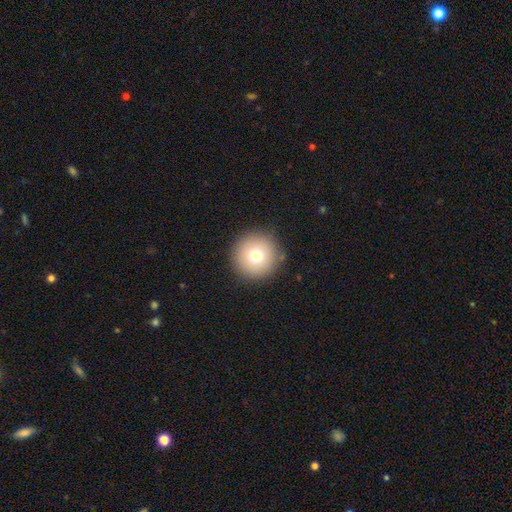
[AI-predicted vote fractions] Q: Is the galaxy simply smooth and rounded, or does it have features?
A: smooth — 75%.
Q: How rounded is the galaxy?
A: round — 96%.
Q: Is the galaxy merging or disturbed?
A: none — 90%.